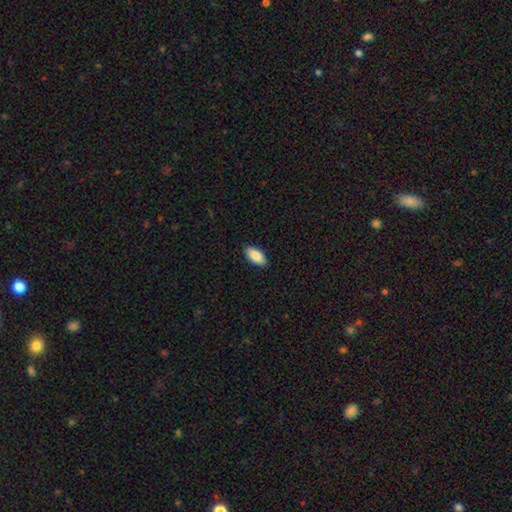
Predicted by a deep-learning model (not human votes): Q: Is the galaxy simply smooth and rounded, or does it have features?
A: smooth — 88%.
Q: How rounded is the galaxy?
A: in between — 93%.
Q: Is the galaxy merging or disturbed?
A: none — 88%.